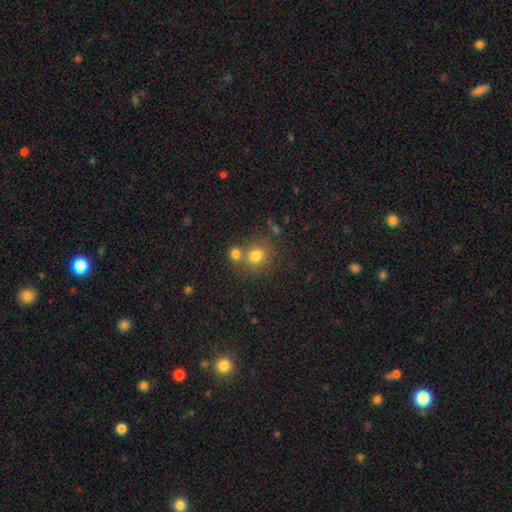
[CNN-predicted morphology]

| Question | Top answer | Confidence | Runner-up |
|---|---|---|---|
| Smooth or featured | smooth | 78% | star or artifact (13%) |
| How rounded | round | 83% | in between (17%) |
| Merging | none | 58% | merger (30%) |